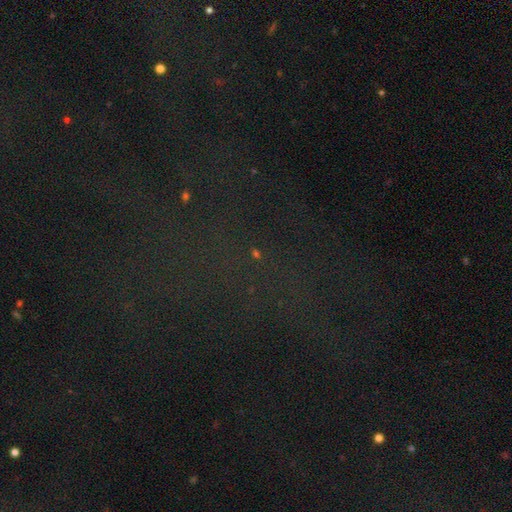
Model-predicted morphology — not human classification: smooth-or-featured: star or artifact: 76% | smooth: 14% | featured or disk: 9%